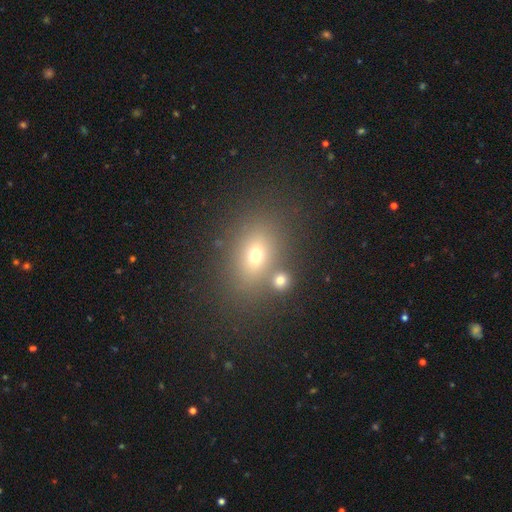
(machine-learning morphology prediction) smooth-or-featured: smooth: 65% | star or artifact: 19% | featured or disk: 16%
  how-rounded: in between: 64% | round: 34% | cigar-shaped: 2%
  merging: none: 69% | merger: 16% | minor disturbance: 11% | major disturbance: 5%